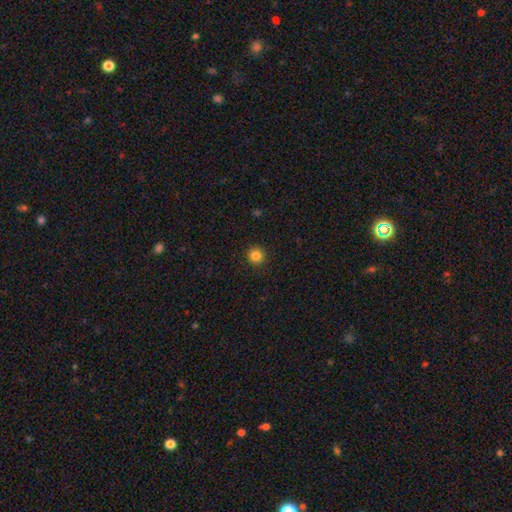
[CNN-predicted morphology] smooth 84%, star or artifact 12%, featured or disk 4%. Down the decision tree: how rounded — round (95%); merging — none (93%).